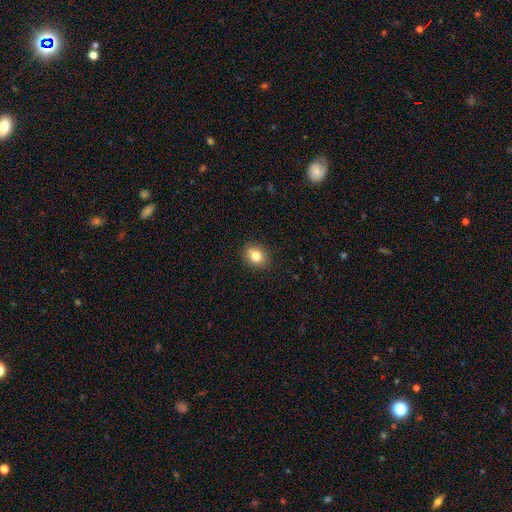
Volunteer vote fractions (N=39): Morphology: type=smooth (77%); roundness=round (70%); merging=none (83%).